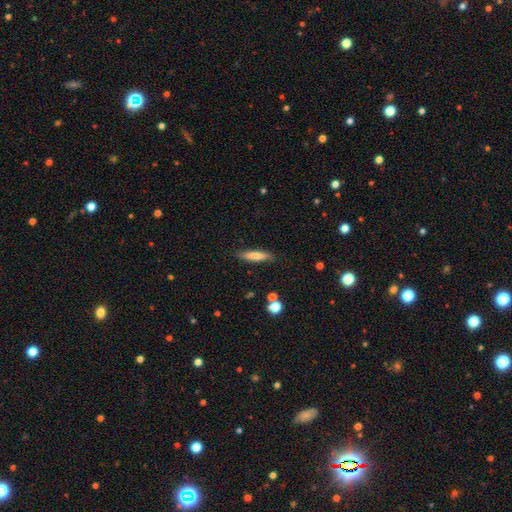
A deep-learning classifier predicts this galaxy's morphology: This is likely a smooth galaxy (75%). How rounded: clearly cigar-shaped (82%). Merging: clearly none (86%).